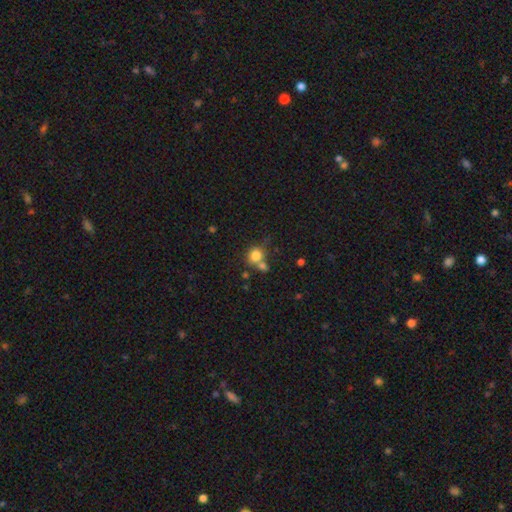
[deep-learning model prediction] Morphology: type=smooth (79%); roundness=round (78%); merging=none (47%).